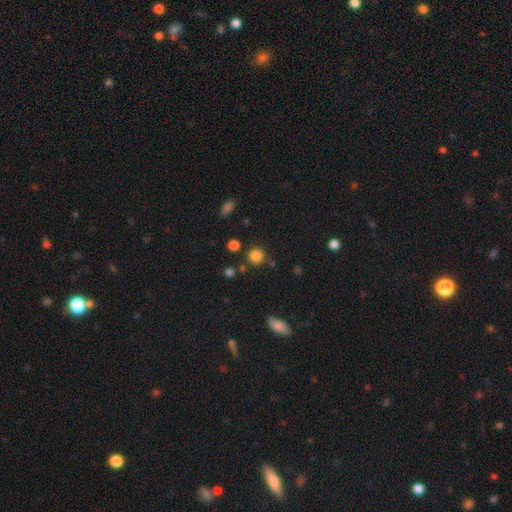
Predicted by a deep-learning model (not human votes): Morphology: type=smooth (82%); roundness=round (90%); merging=none (80%).